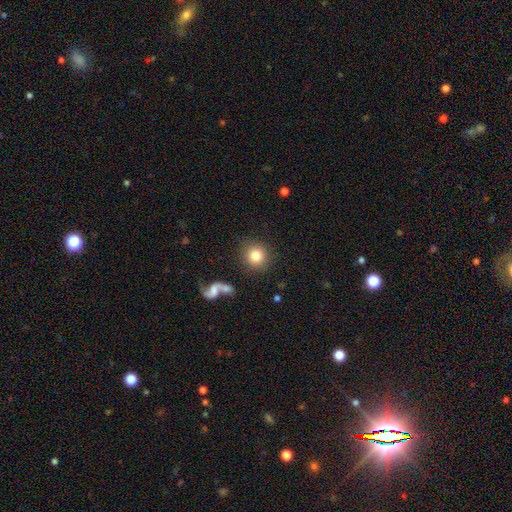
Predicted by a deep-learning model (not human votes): Smooth or featured? smooth (82%)
How rounded? round (91%)
Merging? none (85%)